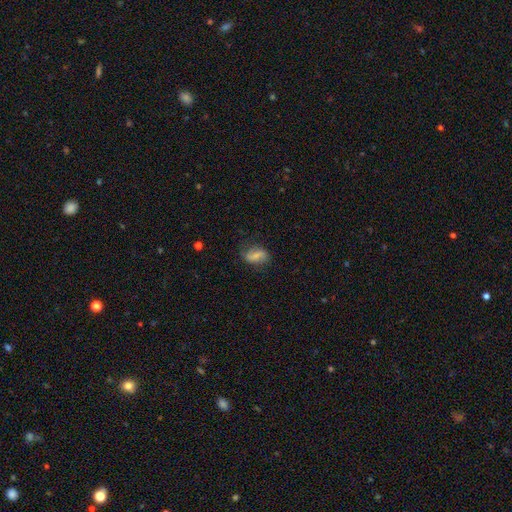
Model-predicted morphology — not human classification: A smooth galaxy with no disk features (62%) that is in between round and cigar-shaped (84%). Merging: none (68%).